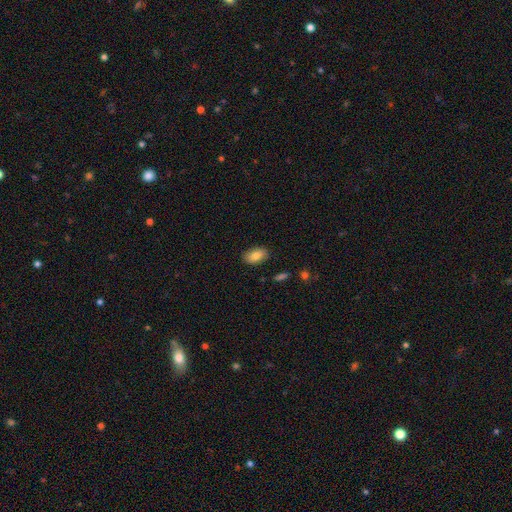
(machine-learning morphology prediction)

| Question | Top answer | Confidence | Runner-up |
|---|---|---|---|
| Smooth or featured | smooth | 83% | featured or disk (10%) |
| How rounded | in between | 93% | round (5%) |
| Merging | none | 86% | minor disturbance (11%) |